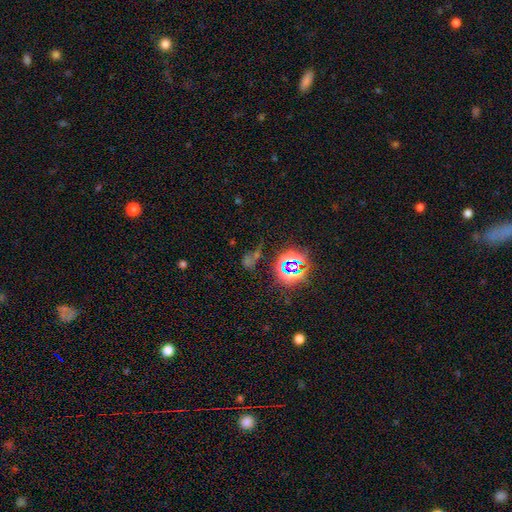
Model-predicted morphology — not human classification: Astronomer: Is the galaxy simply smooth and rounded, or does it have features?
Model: star or artifact — 69%.